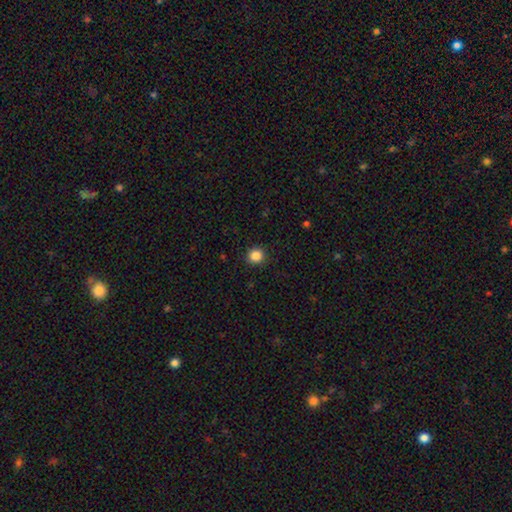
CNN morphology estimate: type=smooth (86%); roundness=round (92%); merging=none (92%).